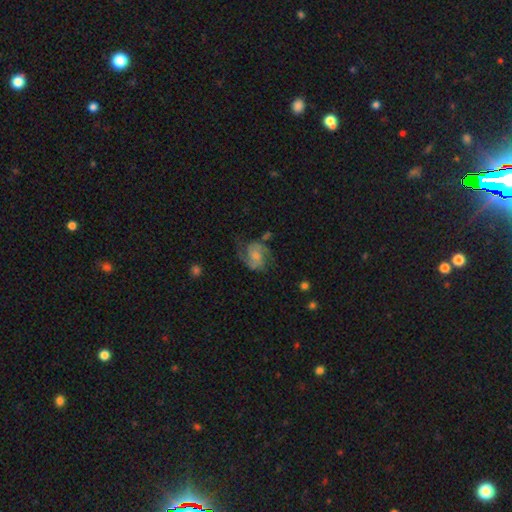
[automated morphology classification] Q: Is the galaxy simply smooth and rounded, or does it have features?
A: featured or disk — 78%.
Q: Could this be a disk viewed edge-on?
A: no — 98%.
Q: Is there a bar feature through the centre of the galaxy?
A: no — 54%.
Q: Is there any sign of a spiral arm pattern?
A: yes — 94%.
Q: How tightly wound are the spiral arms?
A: medium — 52%.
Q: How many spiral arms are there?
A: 2 — 86%.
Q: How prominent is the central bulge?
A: small — 45%.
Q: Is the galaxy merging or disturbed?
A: none — 59%.